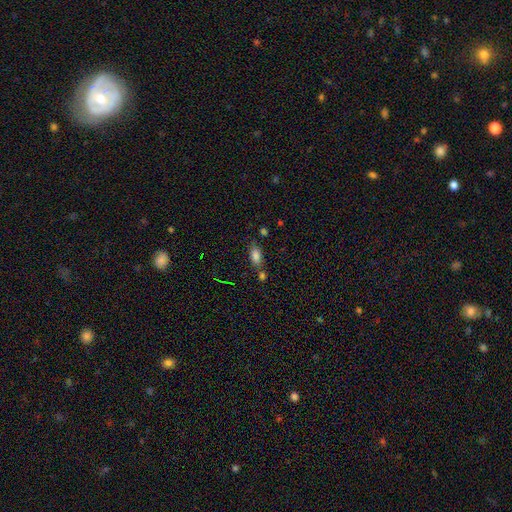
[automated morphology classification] Smooth or featured: smooth — 81% (star or artifact — 11%)
How rounded: in between — 86% (cigar-shaped — 9%)
Merging: none — 60% (merger — 18%)